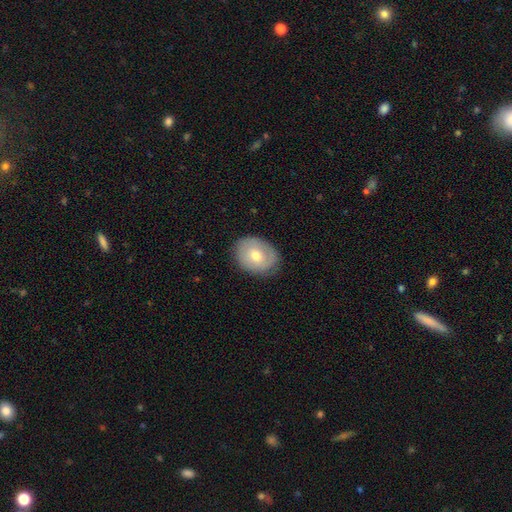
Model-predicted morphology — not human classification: A smooth galaxy with no disk features (58%) that is in between round and cigar-shaped (53%). Merging: none (81%).